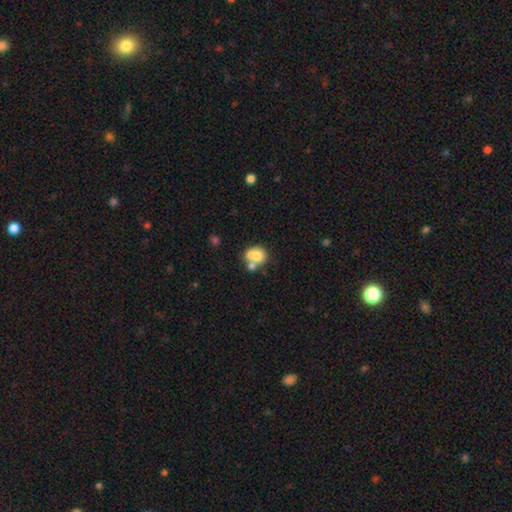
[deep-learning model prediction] A smooth galaxy with no disk features (69%) that is round (64%). Merging: merger (47%).